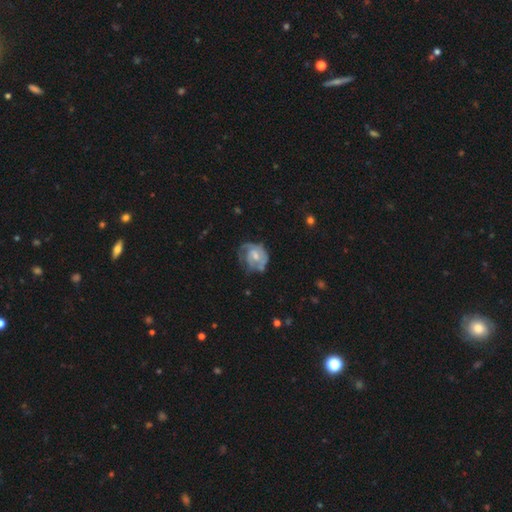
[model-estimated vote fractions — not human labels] Smooth or featured? Predicted: featured or disk (p=0.72). Edge-on disk? Predicted: no (p=0.98). Bar? Predicted: no (p=0.54). Spiral arms? Predicted: yes (p=0.83). Spiral winding? Predicted: tight (p=0.51). Spiral arm count? Predicted: 2 (p=0.37). Bulge size? Predicted: moderate (p=0.48). Merging? Predicted: none (p=0.47).